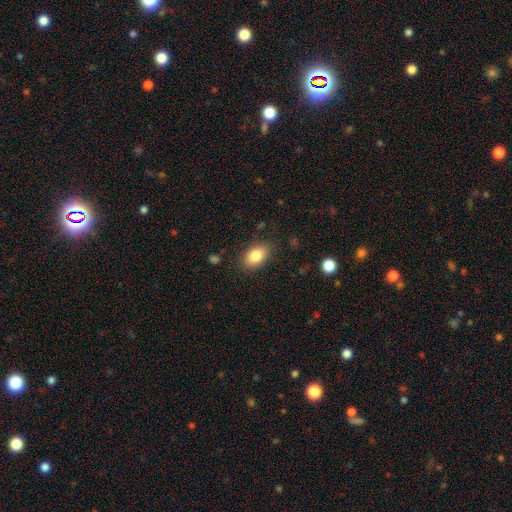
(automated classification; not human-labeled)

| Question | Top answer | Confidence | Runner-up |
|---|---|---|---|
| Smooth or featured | smooth | 84% | featured or disk (8%) |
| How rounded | in between | 85% | round (13%) |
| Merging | none | 84% | minor disturbance (11%) |